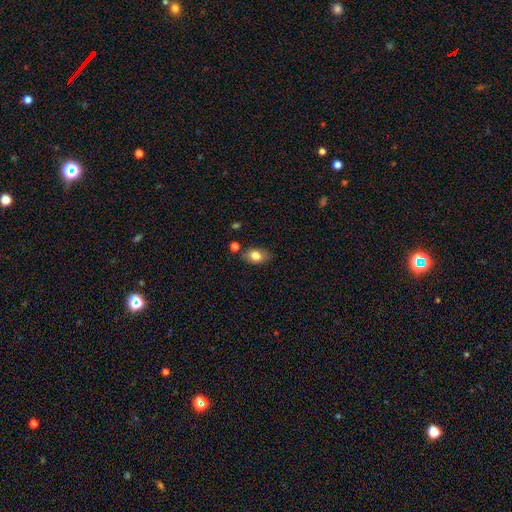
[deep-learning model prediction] smooth_or_featured: smooth (p=0.78) [alt: featured or disk p=0.13]
how_rounded: in between (p=0.83) [alt: round p=0.15]
merging: none (p=0.77) [alt: minor disturbance p=0.15]